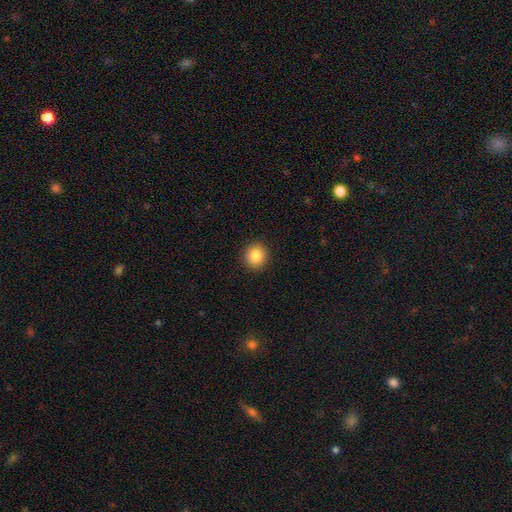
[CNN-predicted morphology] smooth_or_featured: smooth (p=0.85) [alt: star or artifact p=0.10]
how_rounded: round (p=0.90) [alt: in between p=0.09]
merging: none (p=0.92) [alt: minor disturbance p=0.05]